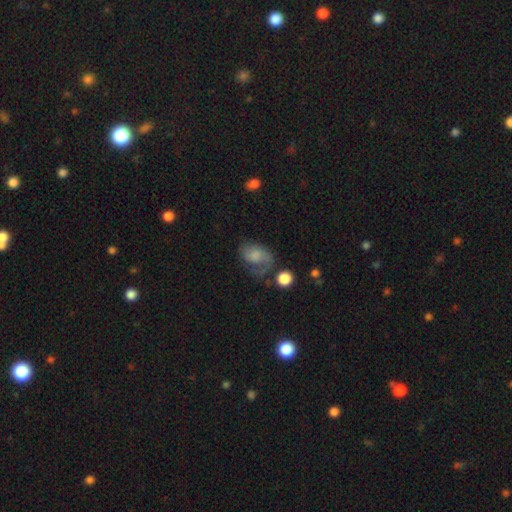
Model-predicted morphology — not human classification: smooth 52%, featured or disk 39%, star or artifact 10%. Down the decision tree: how rounded — in between (77%); merging — none (39%).